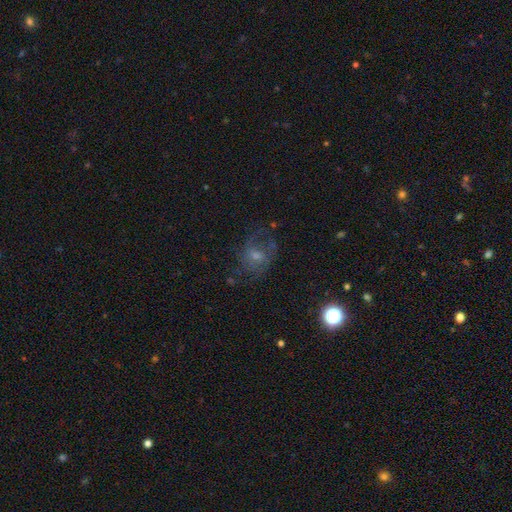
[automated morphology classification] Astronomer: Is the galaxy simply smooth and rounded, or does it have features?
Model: featured or disk — 47% (runner-up: smooth, 35%).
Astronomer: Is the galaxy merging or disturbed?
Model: none — 52%.